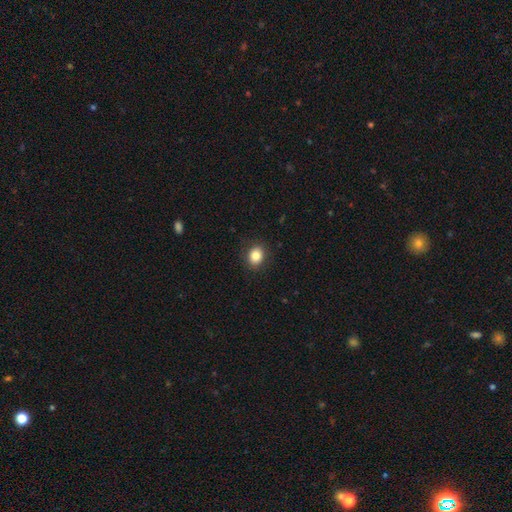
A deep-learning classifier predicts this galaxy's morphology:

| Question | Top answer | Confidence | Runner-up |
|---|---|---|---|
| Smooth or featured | smooth | 84% | star or artifact (10%) |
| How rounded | round | 57% | in between (42%) |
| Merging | none | 88% | minor disturbance (8%) |